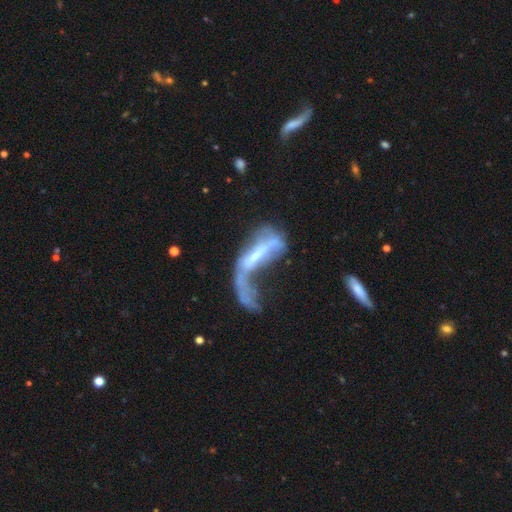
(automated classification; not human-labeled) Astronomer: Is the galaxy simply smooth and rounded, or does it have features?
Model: featured or disk — 63%.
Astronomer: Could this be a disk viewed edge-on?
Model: no — 79%.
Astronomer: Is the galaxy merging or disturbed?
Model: major disturbance — 54%.